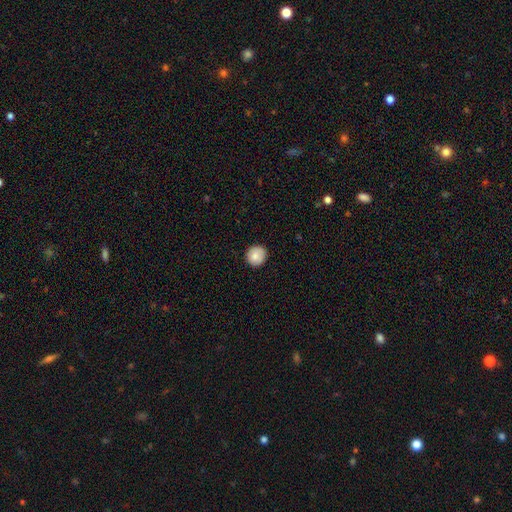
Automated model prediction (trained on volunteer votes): A smooth galaxy with no disk features (82%) that is round (90%).

Vote fractions:
- Smooth or featured? smooth: 82% / featured or disk: 10% / star or artifact: 8%
- How rounded? round: 90% / in between: 9% / cigar-shaped: 1%
- Merging? none: 88% / minor disturbance: 10% / major disturbance: 2% / merger: 1%